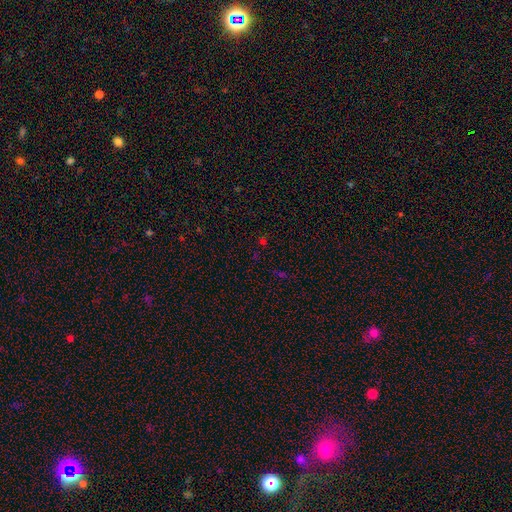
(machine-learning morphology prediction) A star or artifact, not a galaxy (60%).